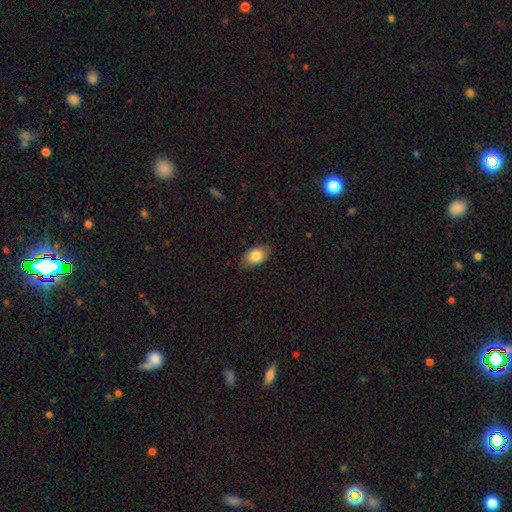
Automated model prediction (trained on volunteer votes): smooth_or_featured: smooth (p=0.82) [alt: featured or disk p=0.11]
how_rounded: in between (p=0.89) [alt: round p=0.10]
merging: none (p=0.81) [alt: minor disturbance p=0.15]